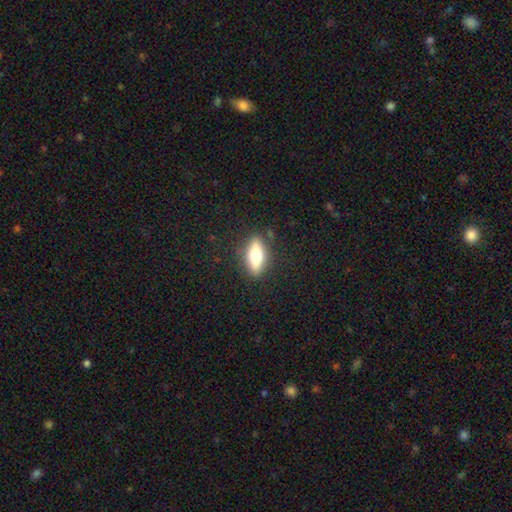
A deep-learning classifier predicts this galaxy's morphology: Smooth or featured? Predicted: smooth (p=0.58). How rounded? Predicted: in between (p=0.62). Merging? Predicted: none (p=0.86).